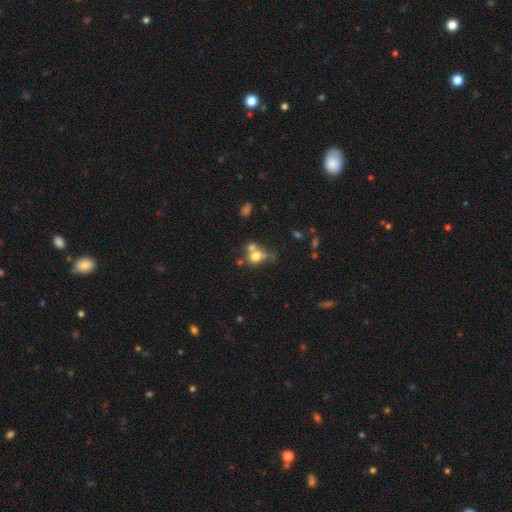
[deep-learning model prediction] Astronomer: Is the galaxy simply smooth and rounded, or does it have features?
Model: smooth — 68%.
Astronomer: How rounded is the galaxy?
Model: round — 56% (runner-up: in between, 43%).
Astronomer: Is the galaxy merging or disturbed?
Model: merger — 51% (runner-up: none, 30%).